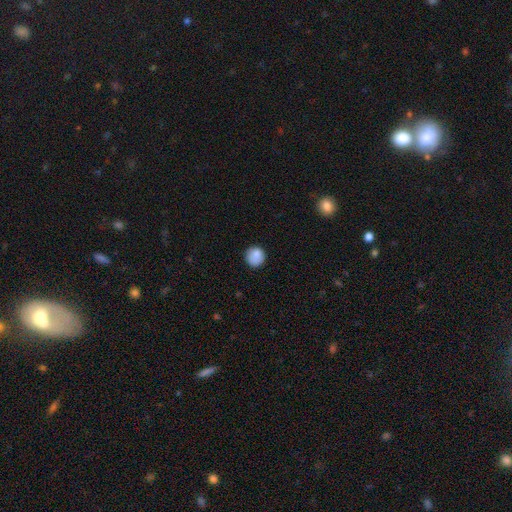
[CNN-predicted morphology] Smooth or featured? smooth (86%)
How rounded? round (91%)
Merging? none (84%)